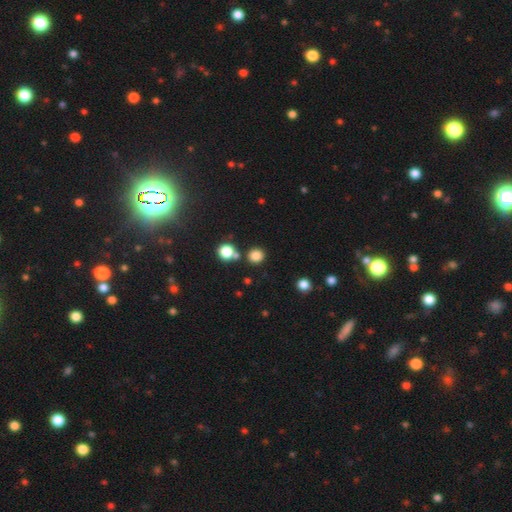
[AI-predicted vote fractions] Smooth or featured? Predicted: smooth (p=0.82). How rounded? Predicted: round (p=0.88). Merging? Predicted: none (p=0.80).